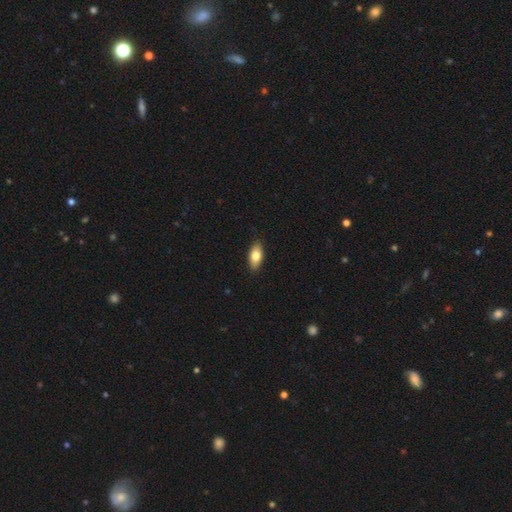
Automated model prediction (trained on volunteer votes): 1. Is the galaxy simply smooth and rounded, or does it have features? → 76% smooth, 17% featured or disk, 7% star or artifact.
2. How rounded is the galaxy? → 87% in between, 9% cigar-shaped, 4% round.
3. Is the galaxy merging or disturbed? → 88% none, 9% minor disturbance, 2% major disturbance, 1% merger.